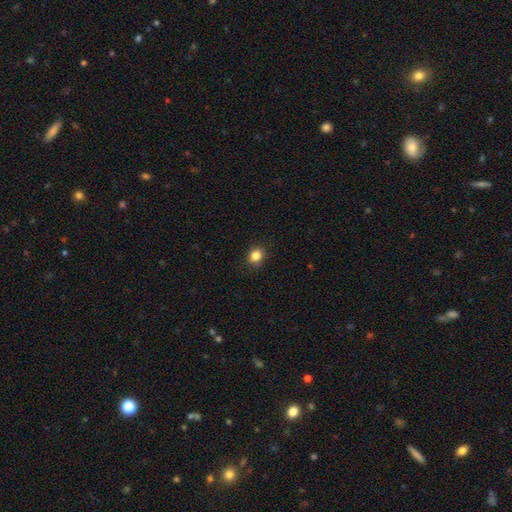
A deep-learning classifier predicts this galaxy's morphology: Smooth or featured? smooth (84%)
How rounded? round (68%)
Merging? none (87%)